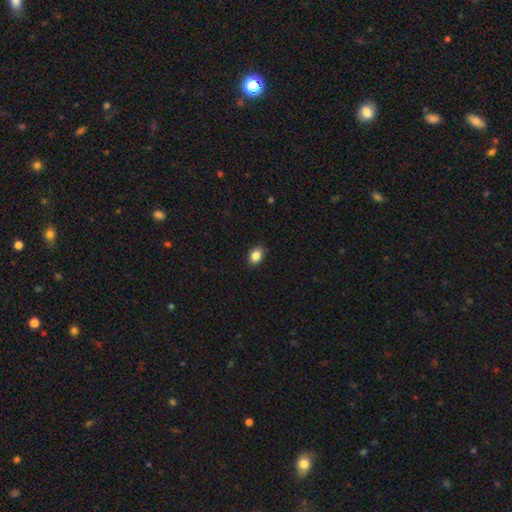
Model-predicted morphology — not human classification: smooth-or-featured: smooth: 86% | star or artifact: 9% | featured or disk: 5%
  how-rounded: in between: 71% | round: 28% | cigar-shaped: 1%
  merging: none: 86% | minor disturbance: 11% | major disturbance: 2% | merger: 1%